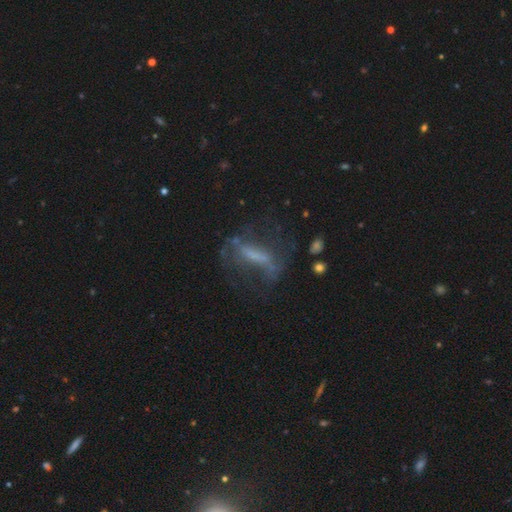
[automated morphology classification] Smooth or featured? featured or disk (60%)
Edge-on disk? no (80%)
Merging? none (47%)